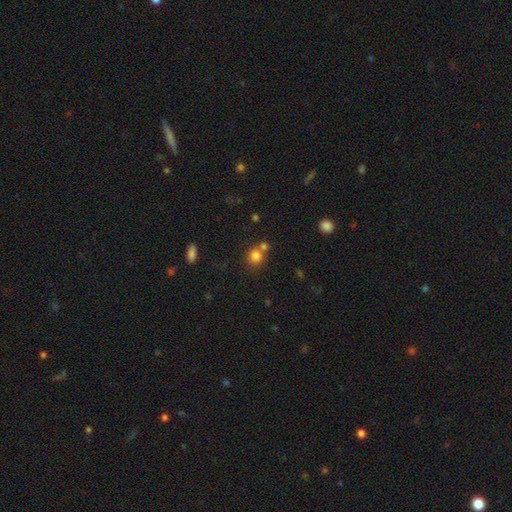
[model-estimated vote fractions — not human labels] smooth-or-featured: smooth: 79% | star or artifact: 13% | featured or disk: 8%
  how-rounded: round: 83% | in between: 16% | cigar-shaped: 1%
  merging: none: 53% | merger: 35% | minor disturbance: 8% | major disturbance: 3%